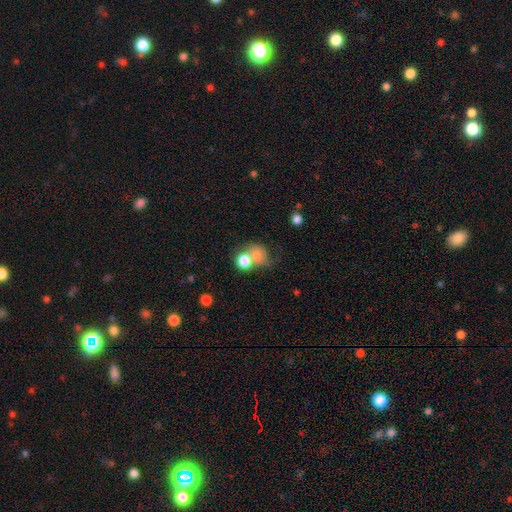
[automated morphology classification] This appears to be a smooth galaxy with no disk features (69%) that is round (58%). Merging: merger (48%).